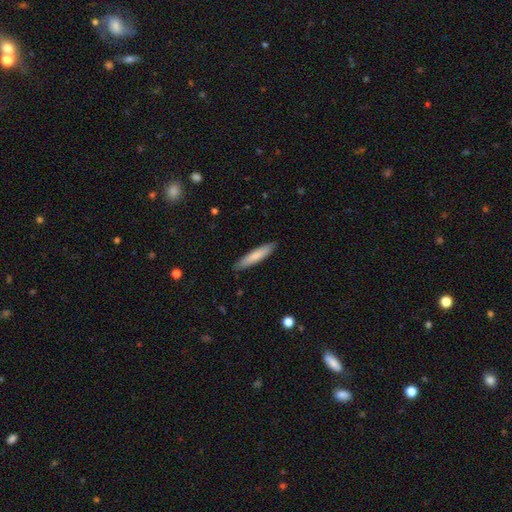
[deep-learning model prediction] Smooth or featured? smooth (79%)
How rounded? cigar-shaped (89%)
Merging? none (89%)